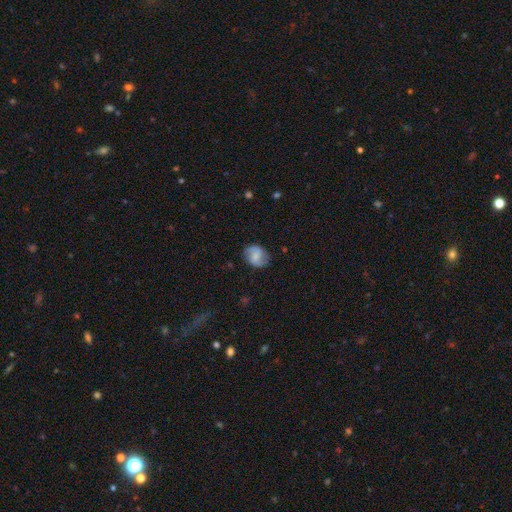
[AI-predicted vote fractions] Smooth or featured? featured or disk (47%)
Merging? none (78%)